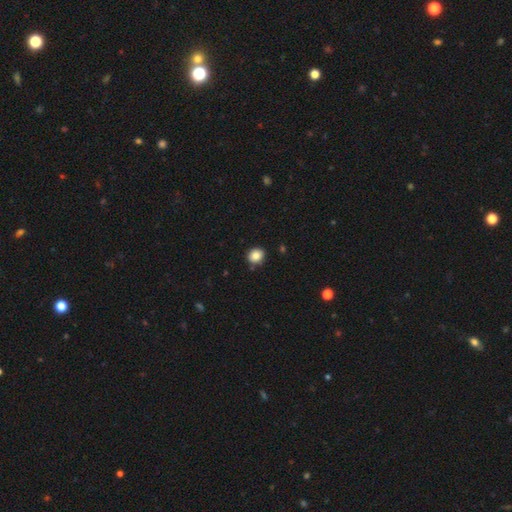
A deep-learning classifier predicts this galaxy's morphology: Smooth or featured? smooth (83%)
How rounded? round (81%)
Merging? none (86%)